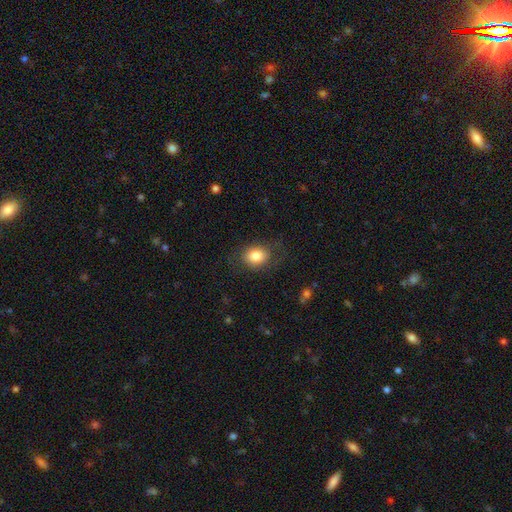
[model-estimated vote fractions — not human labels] Morphology: type=smooth (82%); roundness=round (51%); merging=none (75%).